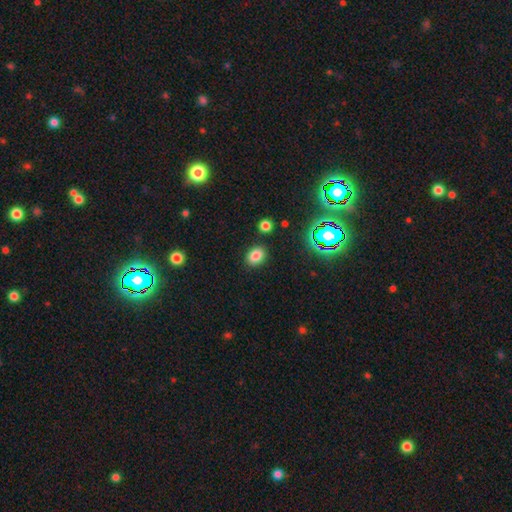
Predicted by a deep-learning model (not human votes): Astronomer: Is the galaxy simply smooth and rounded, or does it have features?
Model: smooth — 80%.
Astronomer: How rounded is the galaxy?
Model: in between — 60% (runner-up: round, 39%).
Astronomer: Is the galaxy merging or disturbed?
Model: none — 87%.